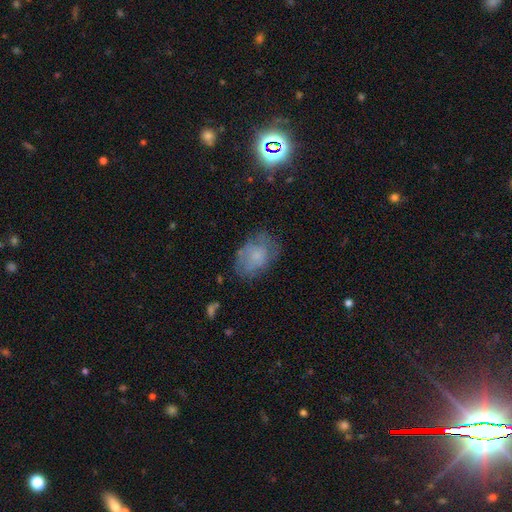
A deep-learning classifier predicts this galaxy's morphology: smooth_or_featured: smooth (p=0.56) [alt: featured or disk p=0.33]
how_rounded: in between (p=0.79) [alt: round p=0.20]
merging: none (p=0.60) [alt: minor disturbance p=0.25]